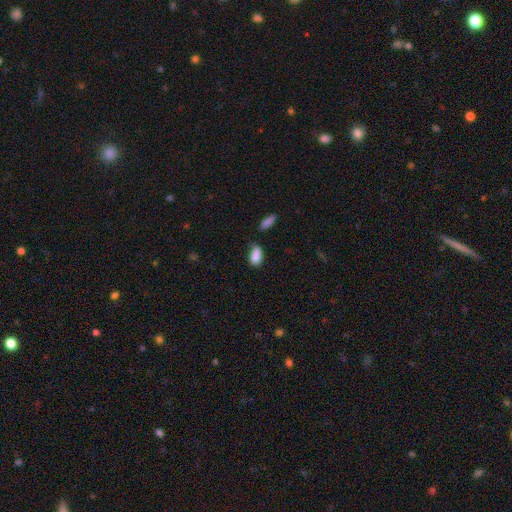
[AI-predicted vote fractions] Smooth or featured? smooth (87%)
How rounded? in between (90%)
Merging? none (53%)